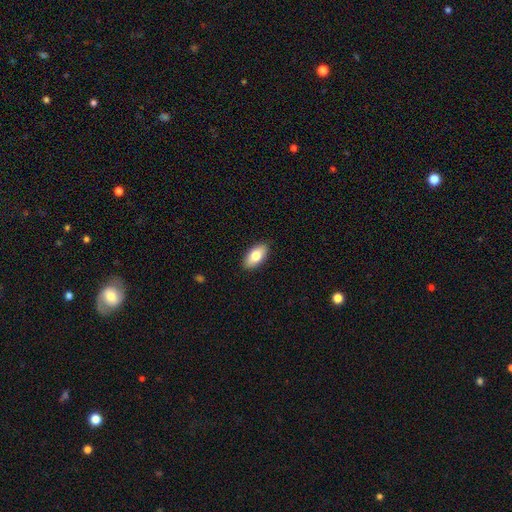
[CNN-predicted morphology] This appears to be a smooth galaxy with no disk features (78%) that is in between round and cigar-shaped (92%). Merging: none (89%).